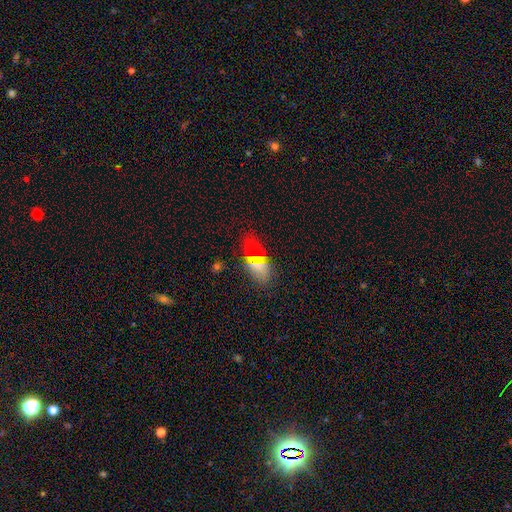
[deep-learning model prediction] Q: Smooth or featured?
A: smooth (69%); runner-up: star or artifact (20%)
Q: How rounded?
A: in between (89%); runner-up: cigar-shaped (6%)
Q: Merging?
A: none (82%); runner-up: minor disturbance (12%)